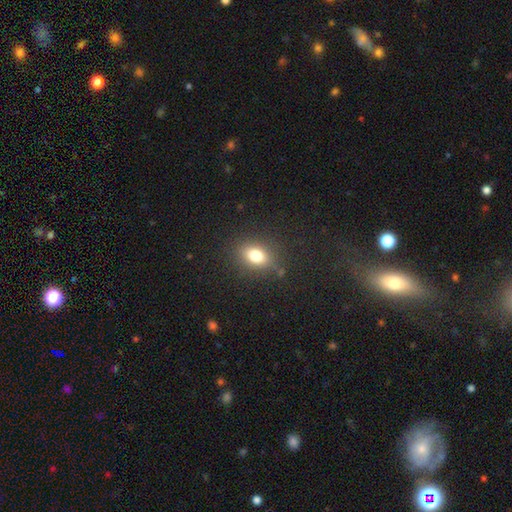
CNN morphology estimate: This appears to be a smooth galaxy with no disk features (78%) that is in between round and cigar-shaped (67%). Merging: none (84%).